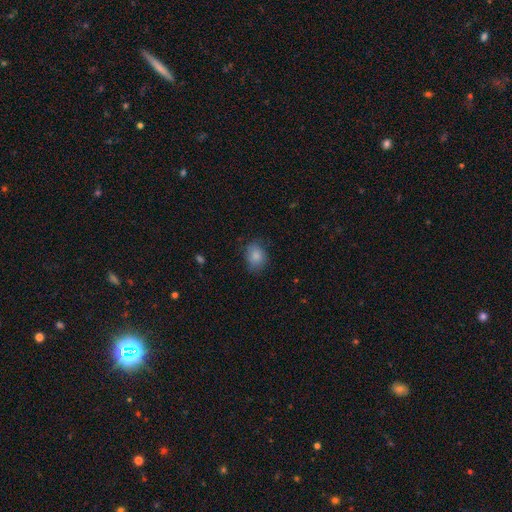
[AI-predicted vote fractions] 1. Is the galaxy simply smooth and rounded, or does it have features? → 85% smooth, 8% star or artifact, 7% featured or disk.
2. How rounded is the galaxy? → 60% in between, 39% round, 1% cigar-shaped.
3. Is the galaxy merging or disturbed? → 74% none, 20% minor disturbance, 5% major disturbance, 1% merger.